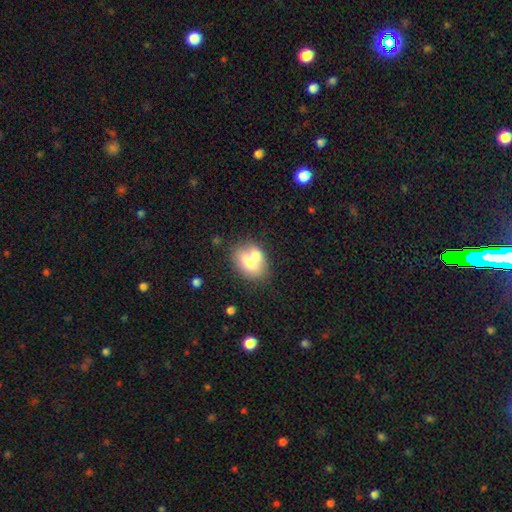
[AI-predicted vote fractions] Smooth or featured? Predicted: smooth (p=0.68). How rounded? Predicted: in between (p=0.77). Merging? Predicted: merger (p=0.46).